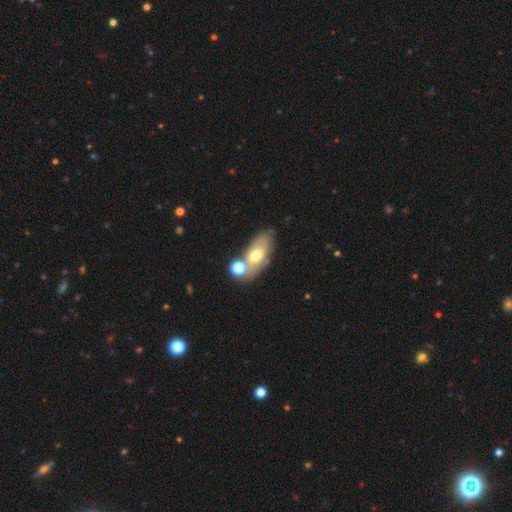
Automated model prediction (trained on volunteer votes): The model was most divided on "smooth or featured": smooth: 56%, featured or disk: 34%, star or artifact: 9%. More confident: how rounded — in between (83%); merging — none (51%).